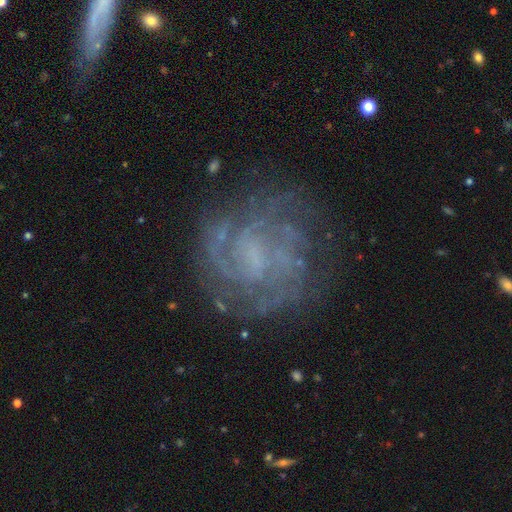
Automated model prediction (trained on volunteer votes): Smooth or featured? Predicted: featured or disk (p=0.80). Edge-on disk? Predicted: no (p=0.98). Bar? Predicted: weak (p=0.46). Spiral arms? Predicted: yes (p=0.89). Spiral winding? Predicted: tight (p=0.54). Spiral arm count? Predicted: can't tell (p=0.41). Bulge size? Predicted: none (p=0.51). Merging? Predicted: none (p=0.71).